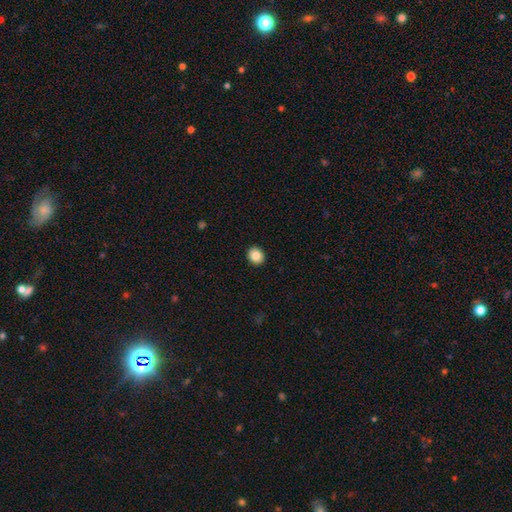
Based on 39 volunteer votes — Smooth or featured? smooth (77%)
How rounded? round (67%)
Merging? none (94%)